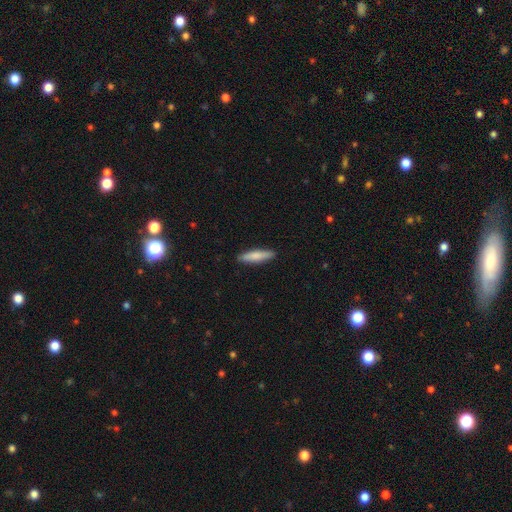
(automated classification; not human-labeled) Q: Smooth or featured?
A: smooth (77%); runner-up: featured or disk (18%)
Q: How rounded?
A: cigar-shaped (80%); runner-up: in between (19%)
Q: Merging?
A: none (89%); runner-up: minor disturbance (8%)